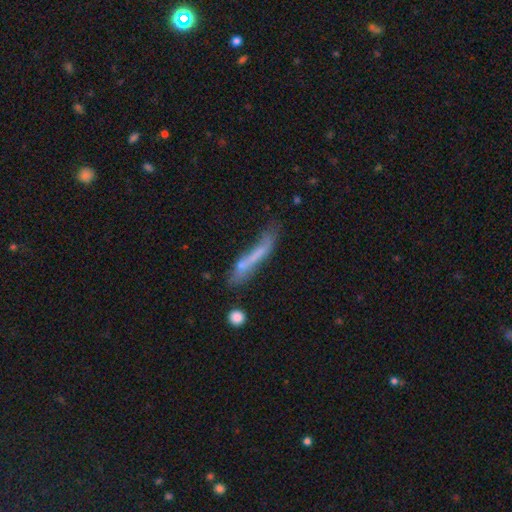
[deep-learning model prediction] smooth 52%, featured or disk 39%, star or artifact 9%. Down the decision tree: how rounded — cigar-shaped (90%); merging — none (41%).